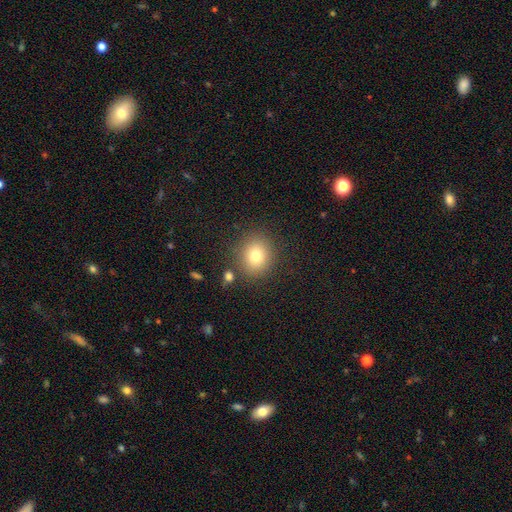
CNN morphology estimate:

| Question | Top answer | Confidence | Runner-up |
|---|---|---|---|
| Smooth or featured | smooth | 78% | star or artifact (13%) |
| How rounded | round | 80% | in between (19%) |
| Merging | none | 86% | minor disturbance (8%) |